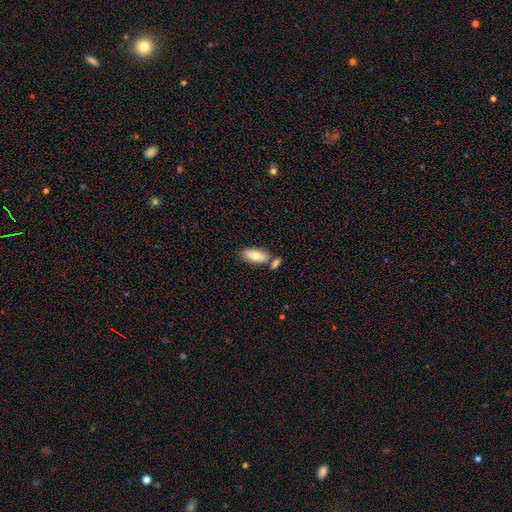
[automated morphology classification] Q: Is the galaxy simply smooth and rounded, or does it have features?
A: smooth — 76%.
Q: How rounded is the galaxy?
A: in between — 84%.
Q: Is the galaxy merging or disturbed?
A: none — 66%.